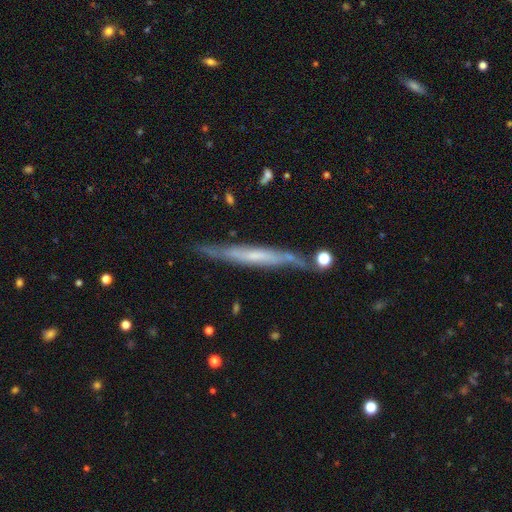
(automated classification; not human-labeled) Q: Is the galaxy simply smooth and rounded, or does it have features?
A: featured or disk — 66%.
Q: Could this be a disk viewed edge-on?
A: yes — 86%.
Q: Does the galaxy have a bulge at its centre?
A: none — 68%.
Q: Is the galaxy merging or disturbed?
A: none — 72%.